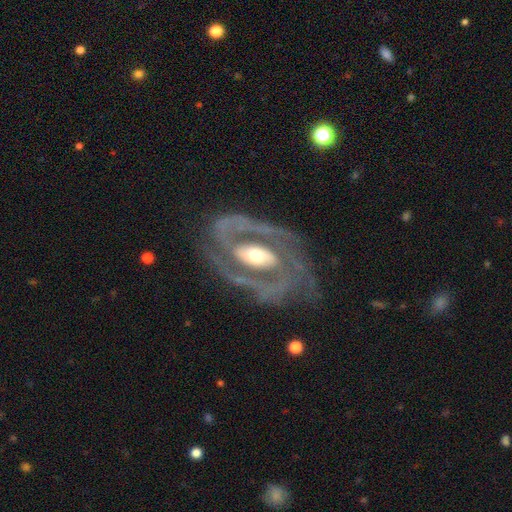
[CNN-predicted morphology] Smooth or featured?
  - featured or disk: 88% *
  - smooth: 8%
  - star or artifact: 4%
Edge-on disk?
  - no: 95% *
  - yes: 5%
Bar?
  - strong: 38% *
  - no: 35%
  - weak: 27%
Spiral arms?
  - yes: 86% *
  - no: 14%
Spiral winding?
  - medium: 45% *
  - tight: 33%
  - loose: 21%
Spiral arm count?
  - 2: 79% *
  - can't tell: 7%
  - 1: 5%
  - 3: 4%
  - 4: 2%
  - more than 4: 2%
Bulge size?
  - moderate: 63% *
  - small: 17%
  - large: 17%
  - dominant: 2%
  - none: 1%
Merging?
  - none: 63% *
  - major disturbance: 19%
  - minor disturbance: 16%
  - merger: 3%